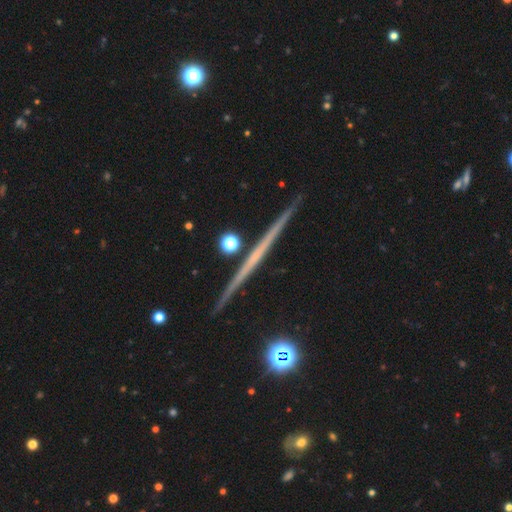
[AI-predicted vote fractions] This appears to be a featured or disk galaxy (72%) viewed edge-on (98%) with no central bulge (88%). Merging: none (92%).